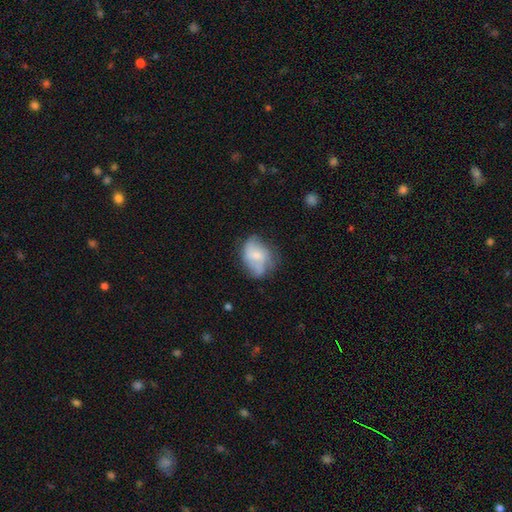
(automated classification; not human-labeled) Smooth or featured? Predicted: smooth (p=0.54). How rounded? Predicted: in between (p=0.72). Merging? Predicted: none (p=0.41).